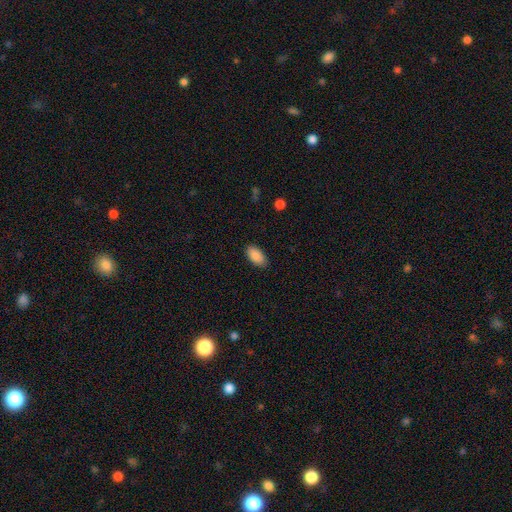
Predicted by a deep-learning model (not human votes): Smooth or featured?
  - smooth: 90% *
  - star or artifact: 7%
  - featured or disk: 4%
How rounded?
  - in between: 94% *
  - round: 3%
  - cigar-shaped: 3%
Merging?
  - none: 88% *
  - minor disturbance: 9%
  - major disturbance: 2%
  - merger: 1%